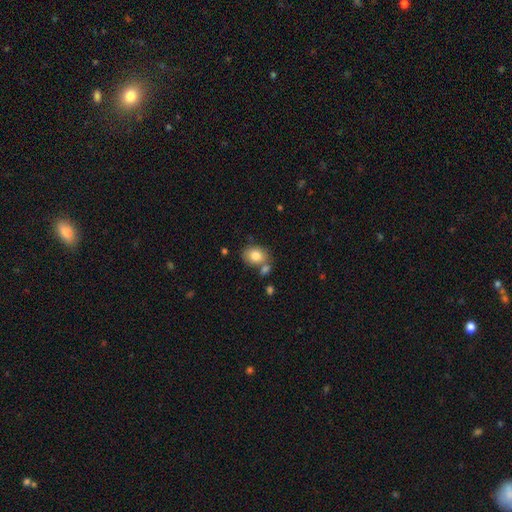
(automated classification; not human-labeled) Morphology: type=smooth (81%); roundness=in between (52%); merging=none (60%).